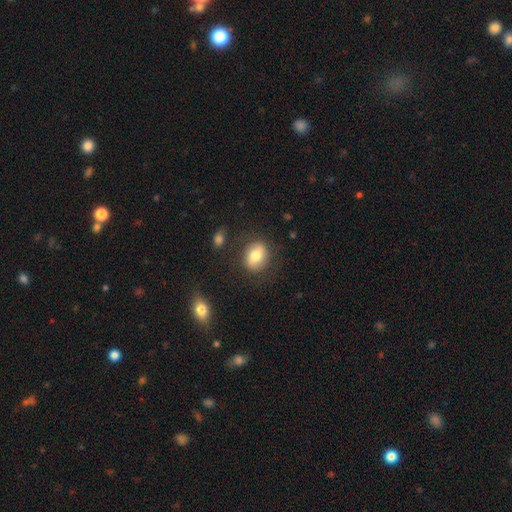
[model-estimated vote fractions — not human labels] This is likely a smooth galaxy (72%). How rounded: possibly in between (53%). Merging: likely none (79%).